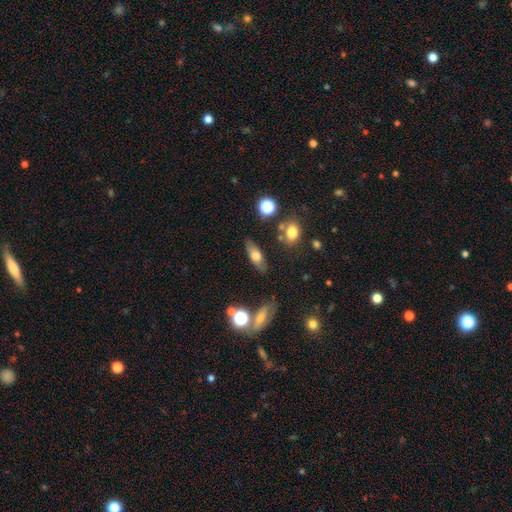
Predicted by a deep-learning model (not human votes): This appears to be a smooth galaxy with no disk features (61%) that is in between round and cigar-shaped (69%). Merging: none (75%).